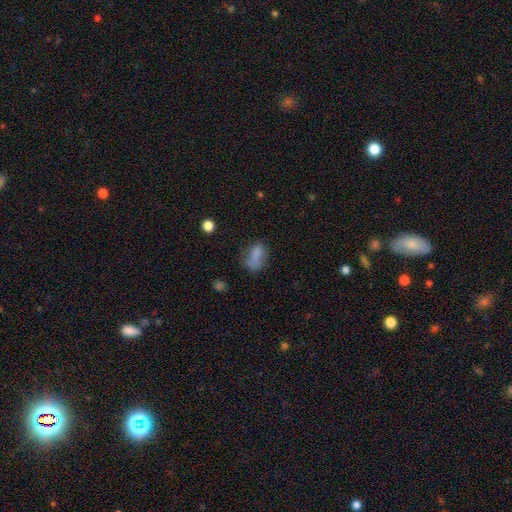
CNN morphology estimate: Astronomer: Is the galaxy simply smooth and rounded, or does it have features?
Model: smooth — 74%.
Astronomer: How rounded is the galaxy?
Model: in between — 81%.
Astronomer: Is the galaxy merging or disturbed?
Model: none — 50% (runner-up: minor disturbance, 28%).